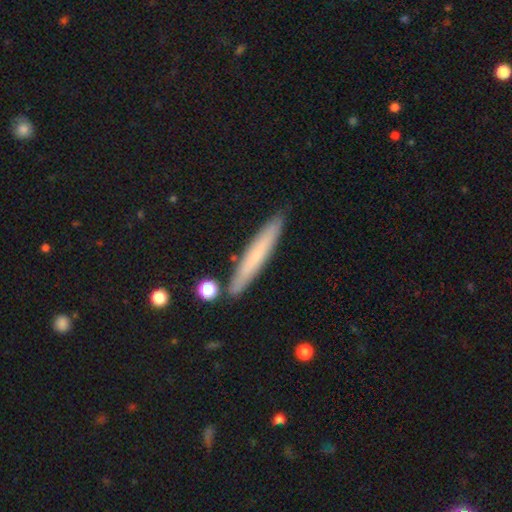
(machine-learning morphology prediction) Smooth or featured: smooth — 60% (featured or disk — 33%)
How rounded: cigar-shaped — 94% (in between — 4%)
Merging: none — 87% (minor disturbance — 8%)